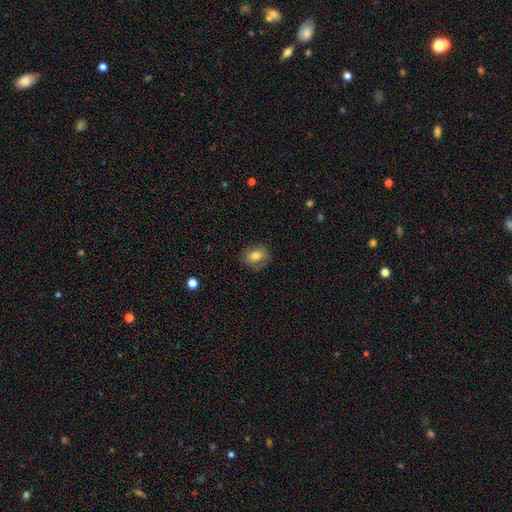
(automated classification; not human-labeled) The model was most divided on "how rounded": in between: 60%, round: 39%, cigar-shaped: 1%. More confident: merging — none (81%); smooth or featured — smooth (76%).